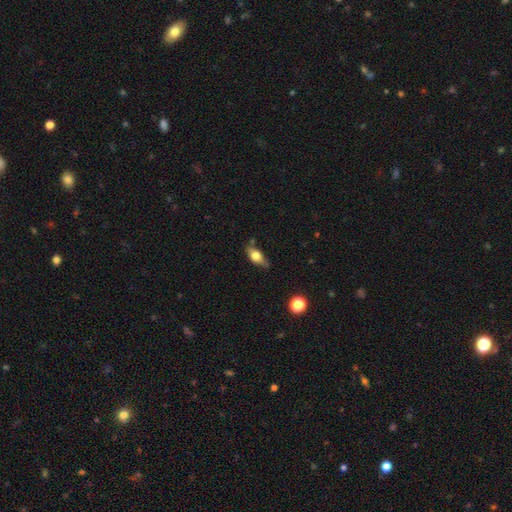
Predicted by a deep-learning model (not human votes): Morphology: type=smooth (64%); roundness=in between (79%); merging=none (62%).